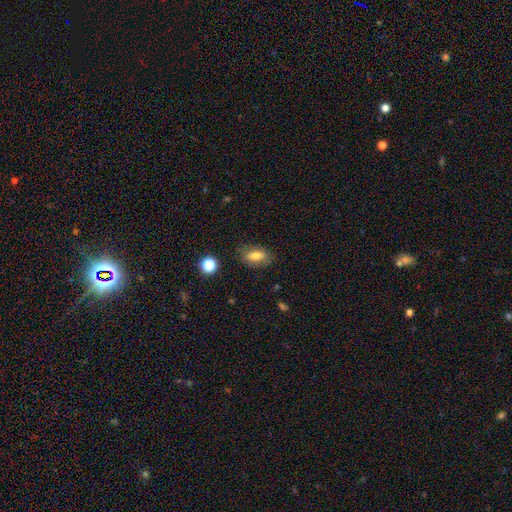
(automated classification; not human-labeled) This appears to be a smooth galaxy with no disk features (73%) that is in between round and cigar-shaped (84%). Merging: none (77%).